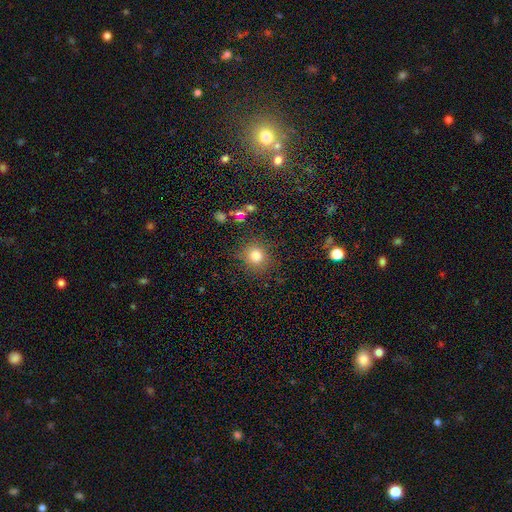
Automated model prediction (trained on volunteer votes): Morphology: type=smooth (80%); roundness=round (87%); merging=none (84%).